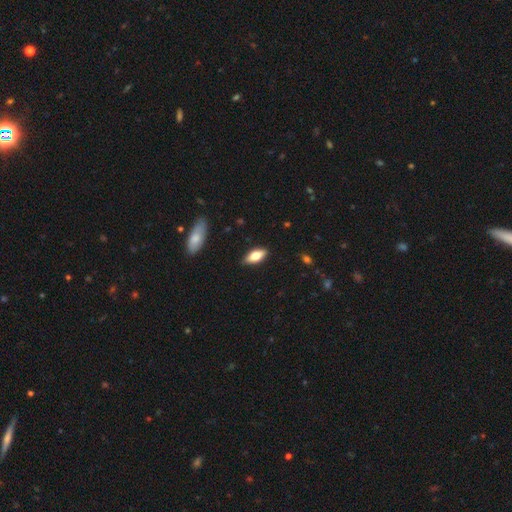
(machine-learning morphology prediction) Q: Smooth or featured?
A: smooth (70%); runner-up: featured or disk (23%)
Q: How rounded?
A: in between (80%); runner-up: cigar-shaped (17%)
Q: Merging?
A: none (86%); runner-up: minor disturbance (11%)